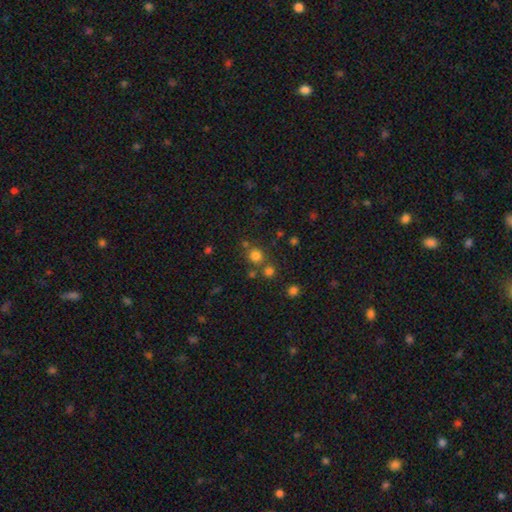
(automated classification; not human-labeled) A smooth galaxy with no disk features (76%) that is round (89%).

Vote fractions:
- Smooth or featured? smooth: 76% / star or artifact: 18% / featured or disk: 6%
- How rounded? round: 89% / in between: 10% / cigar-shaped: 1%
- Merging? none: 71% / merger: 17% / minor disturbance: 8% / major disturbance: 4%